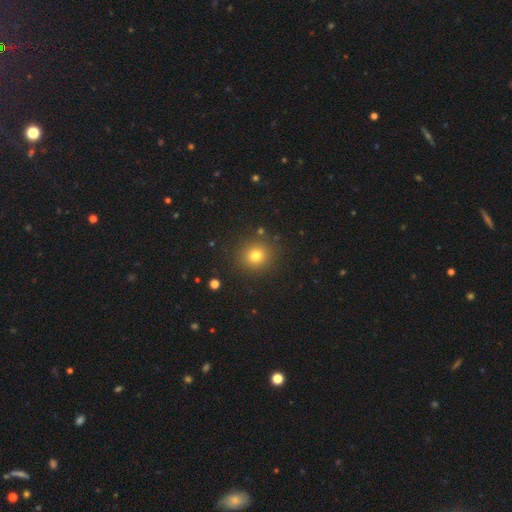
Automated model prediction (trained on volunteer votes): A smooth galaxy with no disk features (76%) that is round (90%). Merging: none (89%).